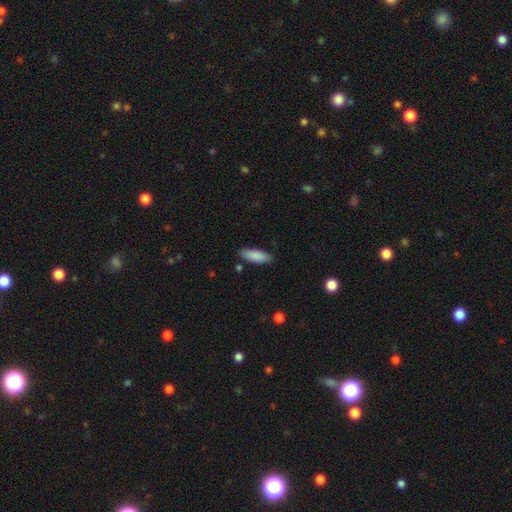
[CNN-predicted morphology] smooth 88%, featured or disk 6%, star or artifact 6%. Down the decision tree: how rounded — in between (64%); merging — none (86%).